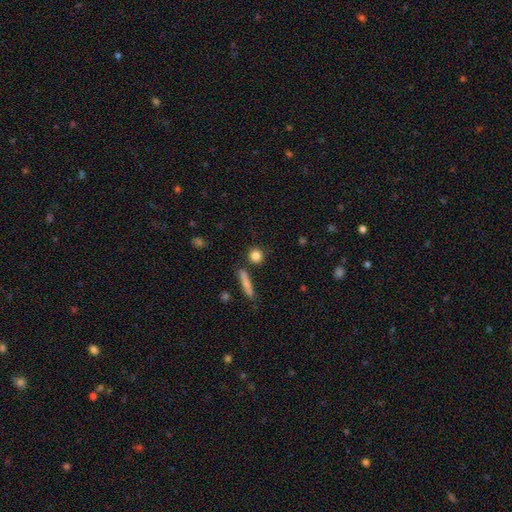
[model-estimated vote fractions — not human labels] The model was most divided on "merging": none: 81%, minor disturbance: 9%, merger: 7%, major disturbance: 3%. More confident: how rounded — round (84%); smooth or featured — smooth (83%).